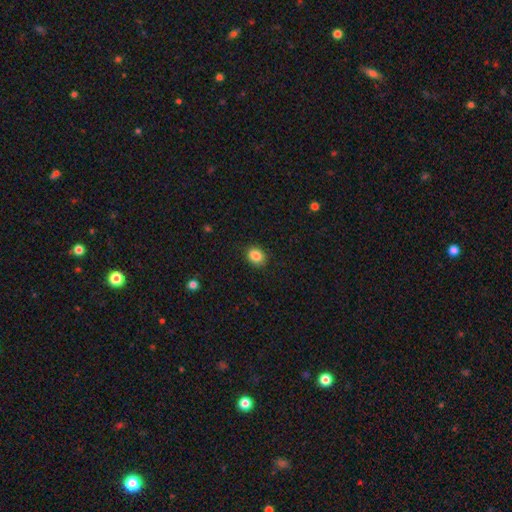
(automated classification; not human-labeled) smooth-or-featured: smooth: 86% | star or artifact: 9% | featured or disk: 5%
  how-rounded: in between: 57% | round: 42% | cigar-shaped: 1%
  merging: none: 86% | minor disturbance: 10% | major disturbance: 2% | merger: 1%